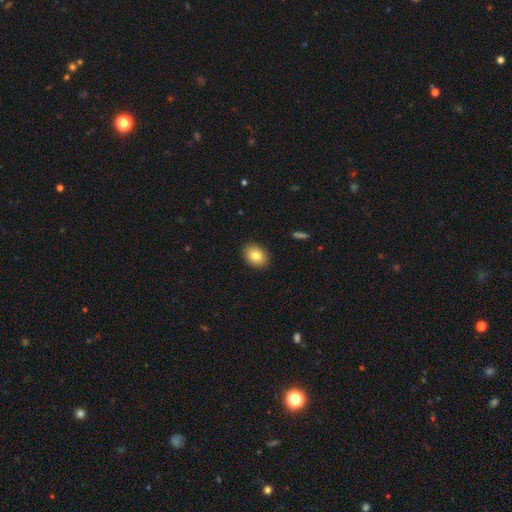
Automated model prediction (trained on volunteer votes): Overall: smooth (82%). How rounded: in between (63%; round 36%). Merging: none (89%).